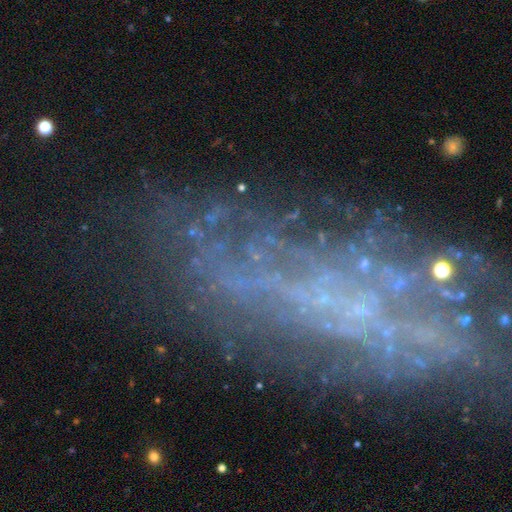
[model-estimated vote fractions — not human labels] smooth-or-featured: featured or disk: 46% | star or artifact: 40% | smooth: 14%
  merging: none: 61% | major disturbance: 17% | minor disturbance: 16% | merger: 5%